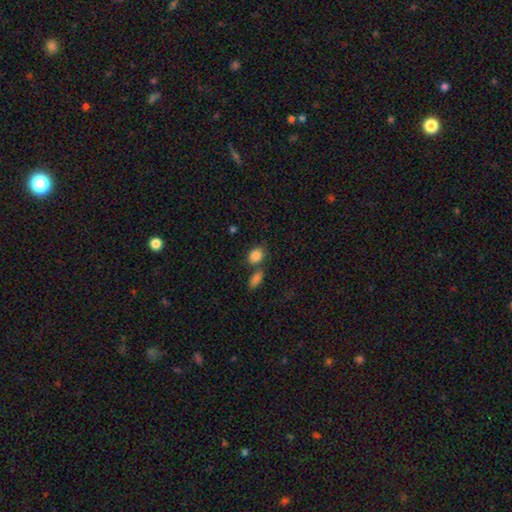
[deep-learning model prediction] Overall: smooth (87%). How rounded: in between (62%; round 36%). Merging: none (55%; merger 29%).